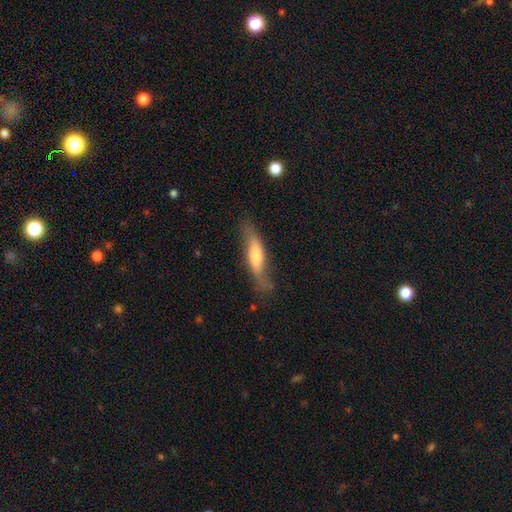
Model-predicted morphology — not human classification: Smooth or featured: featured or disk — 47% (smooth — 46%)
Merging: none — 69% (minor disturbance — 21%)